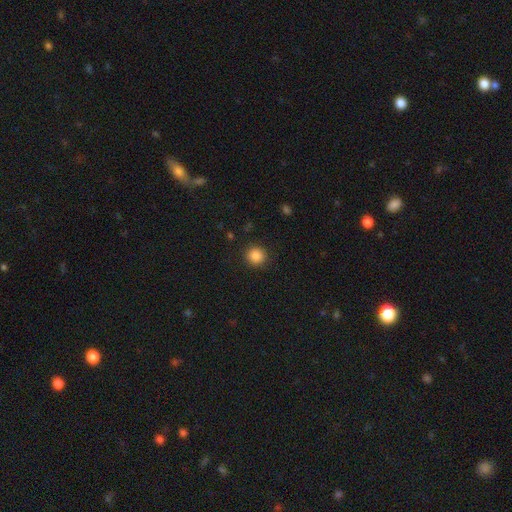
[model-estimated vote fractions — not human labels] smooth-or-featured: smooth: 85% | star or artifact: 10% | featured or disk: 4%
  how-rounded: round: 92% | in between: 7% | cigar-shaped: 1%
  merging: none: 90% | minor disturbance: 6% | major disturbance: 2% | merger: 1%